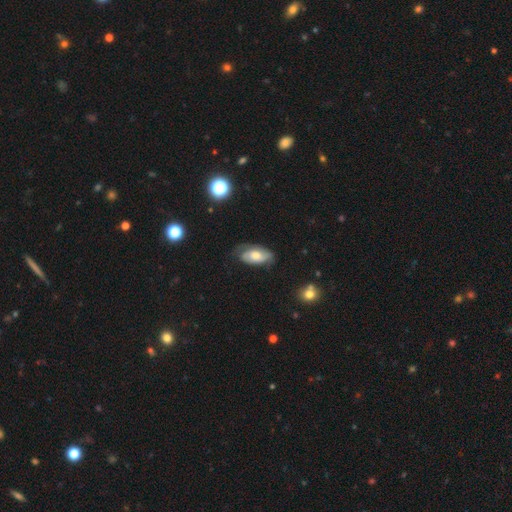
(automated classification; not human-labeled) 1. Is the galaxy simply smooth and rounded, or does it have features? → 51% featured or disk, 42% smooth, 7% star or artifact.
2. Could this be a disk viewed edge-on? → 91% no, 9% yes.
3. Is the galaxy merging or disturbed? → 58% none, 29% minor disturbance, 11% major disturbance, 2% merger.